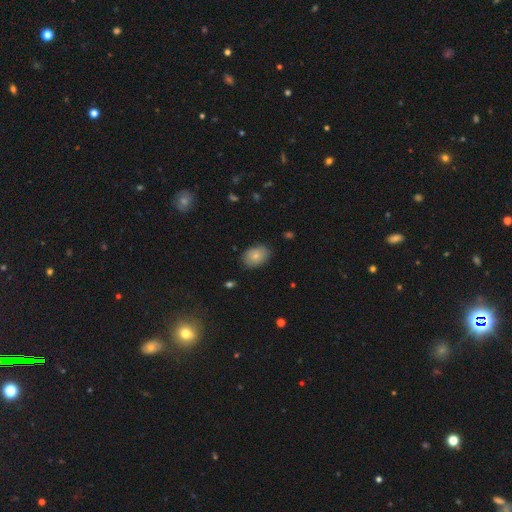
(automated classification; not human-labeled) Smooth or featured?
  - smooth: 78% *
  - featured or disk: 14%
  - star or artifact: 8%
How rounded?
  - in between: 75% *
  - round: 24%
  - cigar-shaped: 1%
Merging?
  - none: 80% *
  - minor disturbance: 16%
  - major disturbance: 3%
  - merger: 1%